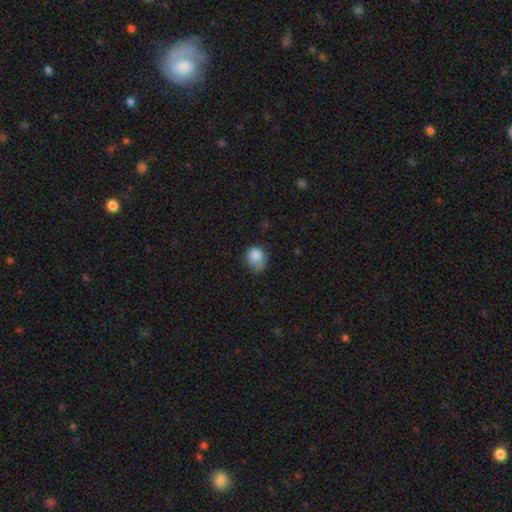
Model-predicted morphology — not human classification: smooth-or-featured: smooth: 84% | star or artifact: 9% | featured or disk: 7%
  how-rounded: round: 70% | in between: 29% | cigar-shaped: 1%
  merging: none: 43% | minor disturbance: 39% | major disturbance: 15% | merger: 3%